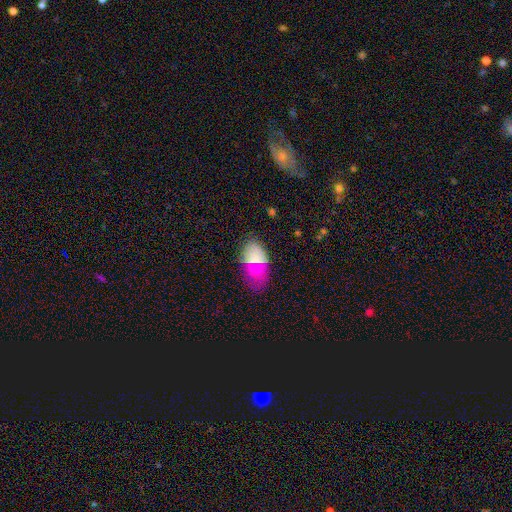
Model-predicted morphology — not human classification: Smooth or featured? smooth (66%)
How rounded? in between (93%)
Merging? none (72%)